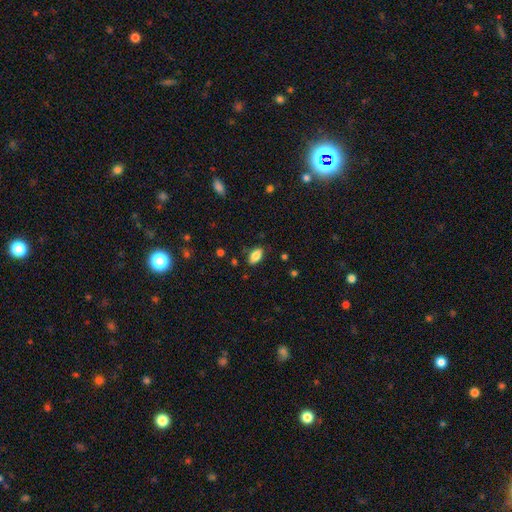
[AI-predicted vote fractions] Smooth or featured?
  - smooth: 84% *
  - star or artifact: 8%
  - featured or disk: 8%
How rounded?
  - in between: 91% *
  - cigar-shaped: 6%
  - round: 4%
Merging?
  - none: 84% *
  - minor disturbance: 12%
  - major disturbance: 3%
  - merger: 1%